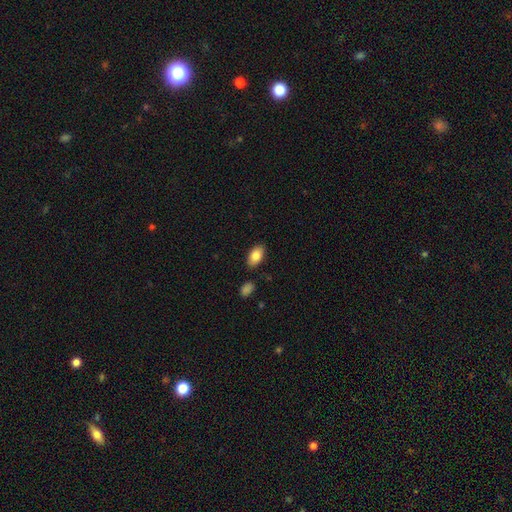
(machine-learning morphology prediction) Q: Smooth or featured?
A: smooth (84%); runner-up: featured or disk (9%)
Q: How rounded?
A: in between (93%); runner-up: round (5%)
Q: Merging?
A: none (85%); runner-up: minor disturbance (11%)